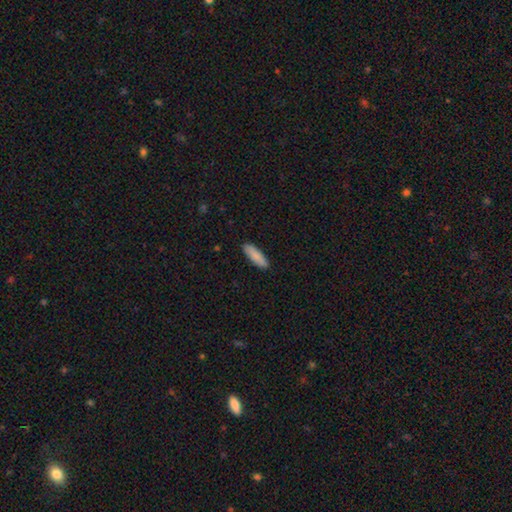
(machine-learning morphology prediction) Q: Smooth or featured?
A: smooth (87%); runner-up: featured or disk (7%)
Q: How rounded?
A: cigar-shaped (49%); tied with: in between (49%)
Q: Merging?
A: none (89%); runner-up: minor disturbance (8%)